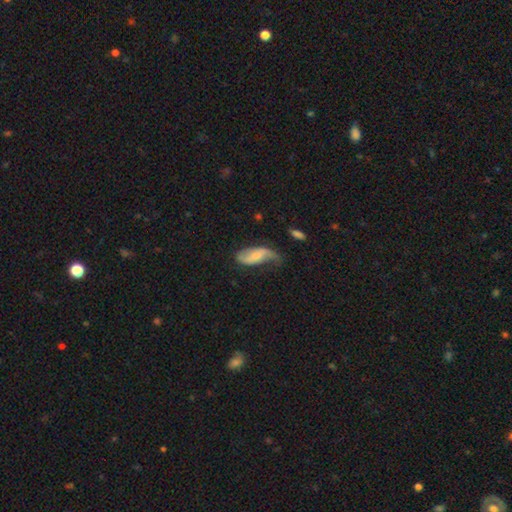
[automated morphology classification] The model was most divided on "merging": none: 36%, minor disturbance: 35%, major disturbance: 26%, merger: 3%. More confident: edge-on disk — no (92%); smooth or featured — featured or disk (54%).